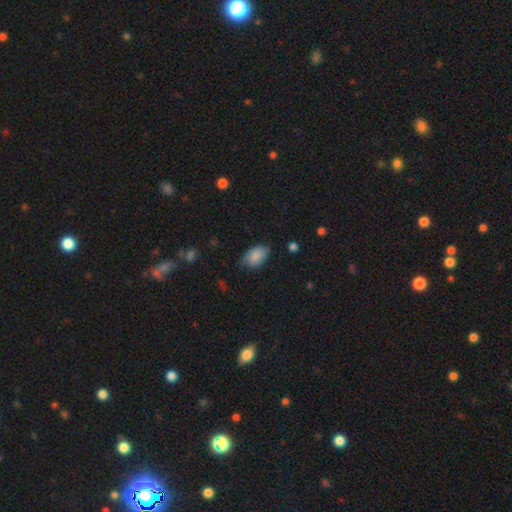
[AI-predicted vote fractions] smooth 80%, featured or disk 13%, star or artifact 7%. Down the decision tree: how rounded — in between (90%); merging — none (63%).